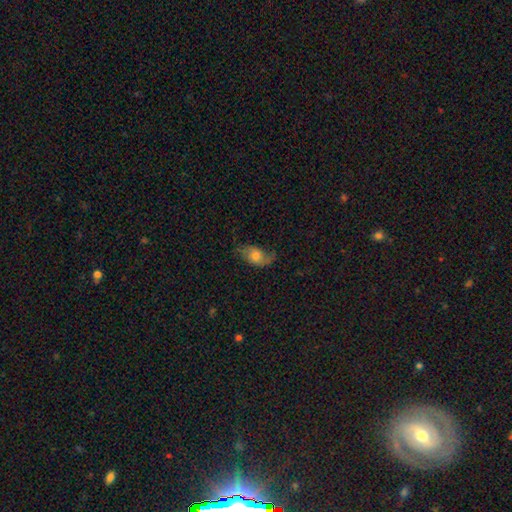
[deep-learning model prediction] Overall: smooth (50%; featured or disk 42%). Merging: none (55%; minor disturbance 29%).